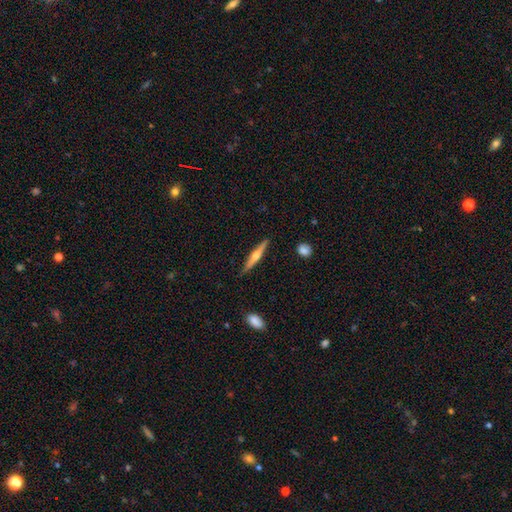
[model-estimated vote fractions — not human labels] This appears to be a featured or disk galaxy (64%) viewed edge-on (97%) with a rounded central bulge (90%). Merging: none (88%).